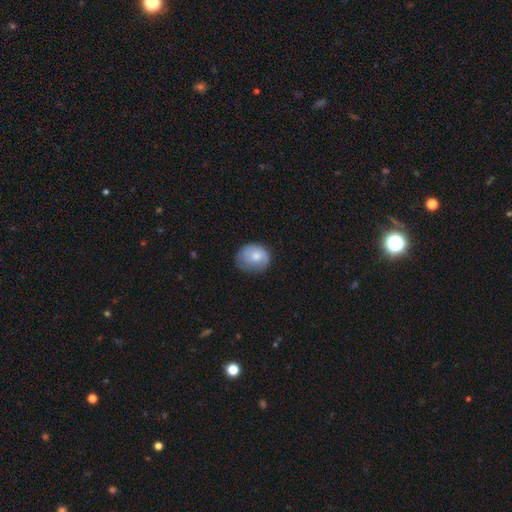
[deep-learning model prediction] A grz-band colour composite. It shows a smooth galaxy with no disk features (74%) that is round (67%). Merging: none (57%).